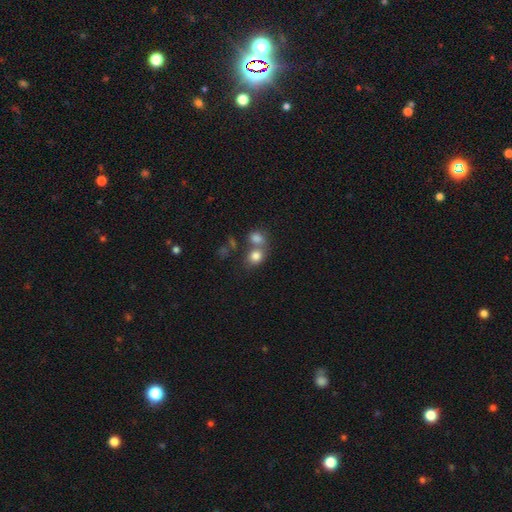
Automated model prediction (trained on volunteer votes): This is clearly a smooth galaxy (80%). How rounded: likely round (65%). Merging: marginally merger (44%).